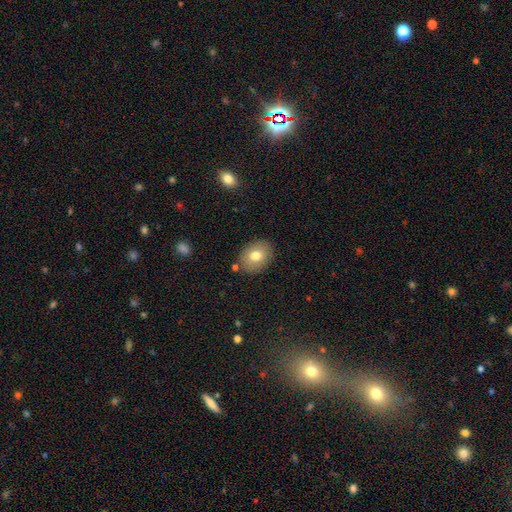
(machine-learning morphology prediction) type=smooth (76%); roundness=in between (58%); merging=none (85%).